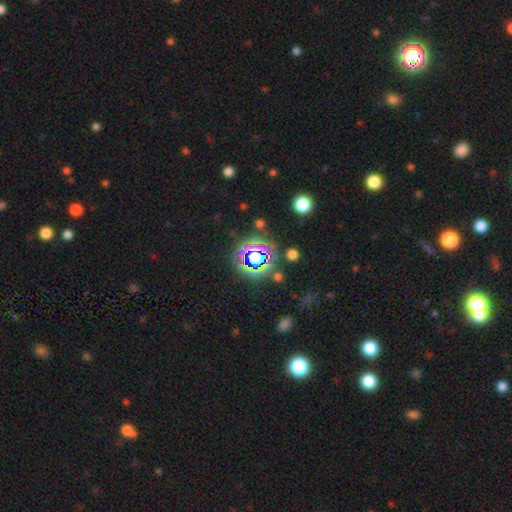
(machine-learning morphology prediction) Smooth or featured? Predicted: star or artifact (p=0.64).